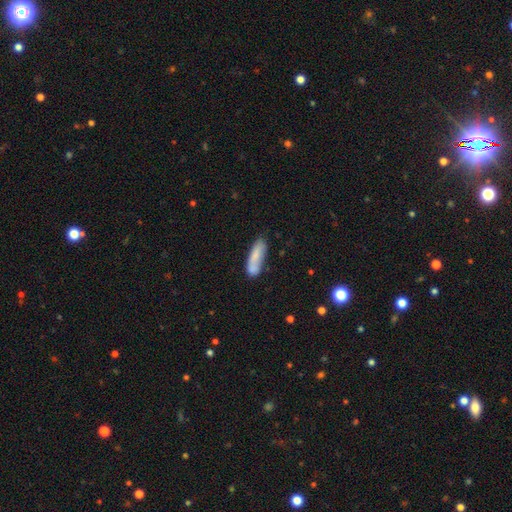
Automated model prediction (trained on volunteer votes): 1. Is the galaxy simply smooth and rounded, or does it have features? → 78% smooth, 16% featured or disk, 7% star or artifact.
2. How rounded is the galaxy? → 51% cigar-shaped, 47% in between, 2% round.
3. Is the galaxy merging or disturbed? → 56% none, 23% minor disturbance, 14% merger, 7% major disturbance.